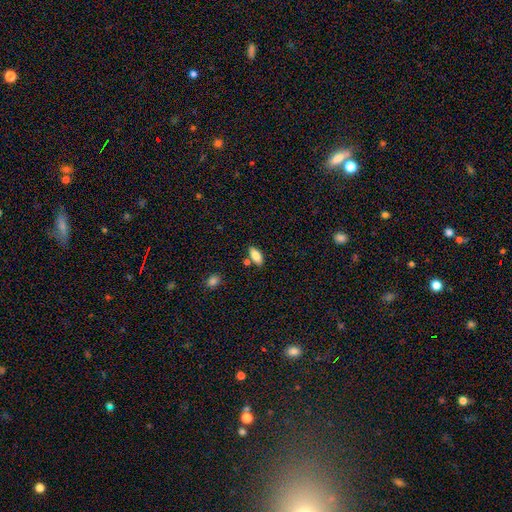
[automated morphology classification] smooth-or-featured: smooth: 81% | featured or disk: 12% | star or artifact: 7%
  how-rounded: in between: 87% | cigar-shaped: 10% | round: 3%
  merging: none: 77% | minor disturbance: 12% | merger: 9% | major disturbance: 3%